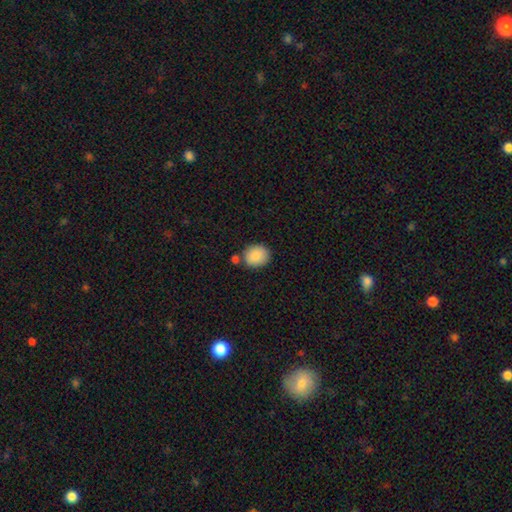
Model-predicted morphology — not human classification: smooth-or-featured: smooth: 89% | star or artifact: 7% | featured or disk: 4%
  how-rounded: round: 67% | in between: 32% | cigar-shaped: 1%
  merging: none: 72% | minor disturbance: 13% | merger: 11% | major disturbance: 3%